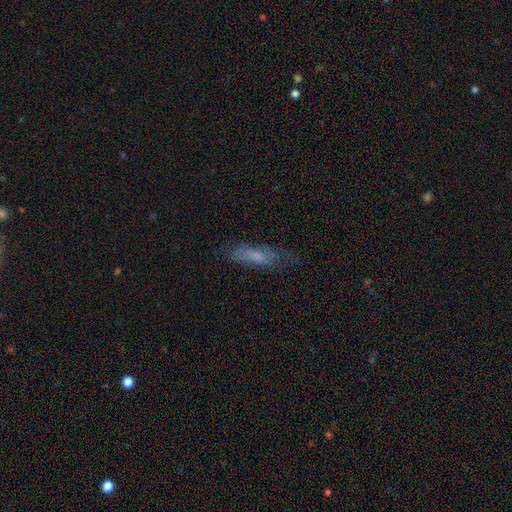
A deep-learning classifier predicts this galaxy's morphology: This appears to be a smooth galaxy with no disk features (55%) that is cigar-shaped (60%). Merging: none (60%).